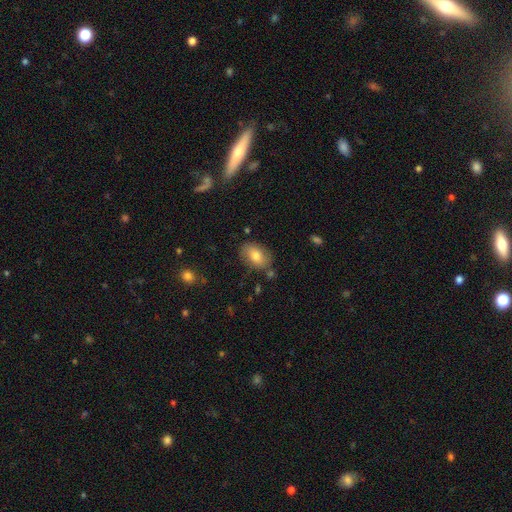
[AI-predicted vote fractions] Smooth or featured?
  - smooth: 77% *
  - featured or disk: 16%
  - star or artifact: 8%
How rounded?
  - in between: 84% *
  - round: 15%
  - cigar-shaped: 1%
Merging?
  - none: 77% *
  - minor disturbance: 15%
  - merger: 4%
  - major disturbance: 4%